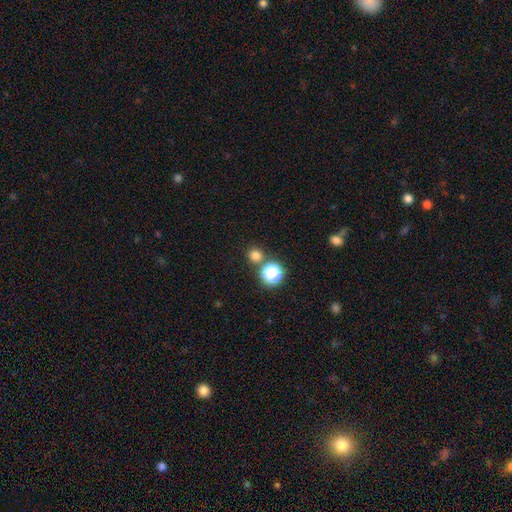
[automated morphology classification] The model was most divided on "smooth or featured": smooth: 74%, star or artifact: 21%, featured or disk: 5%. More confident: how rounded — round (93%); merging — none (78%).